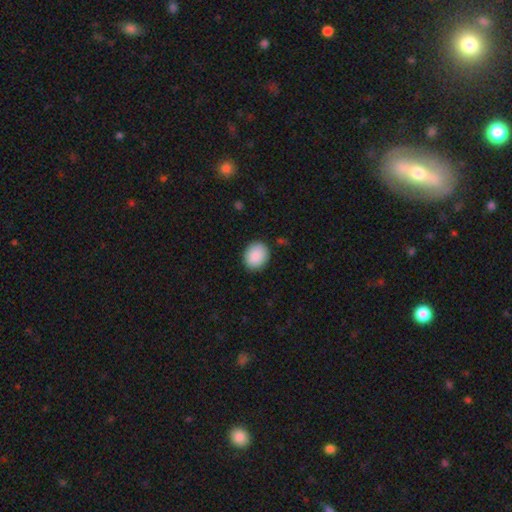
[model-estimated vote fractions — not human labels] Smooth or featured: smooth — 89% (star or artifact — 7%)
How rounded: round — 57% (in between — 42%)
Merging: none — 88% (minor disturbance — 9%)